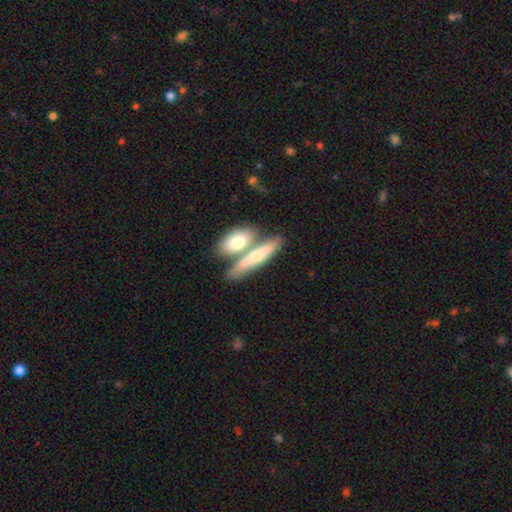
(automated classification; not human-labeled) Overall: smooth (63%; featured or disk 32%). How rounded: cigar-shaped (60%; in between 35%). Merging: none (46%; merger 40%).